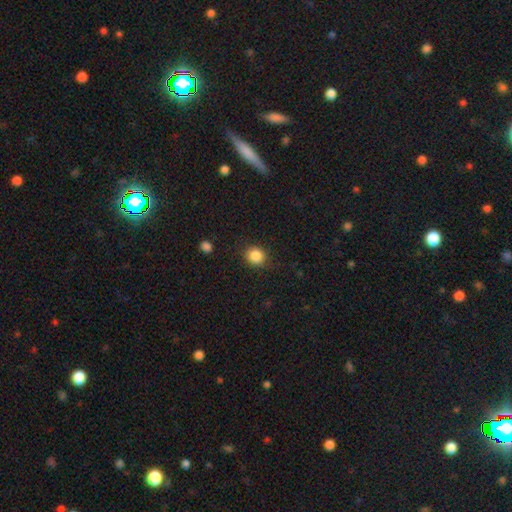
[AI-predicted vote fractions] A smooth galaxy with no disk features (86%) that is round (80%). Merging: none (85%).